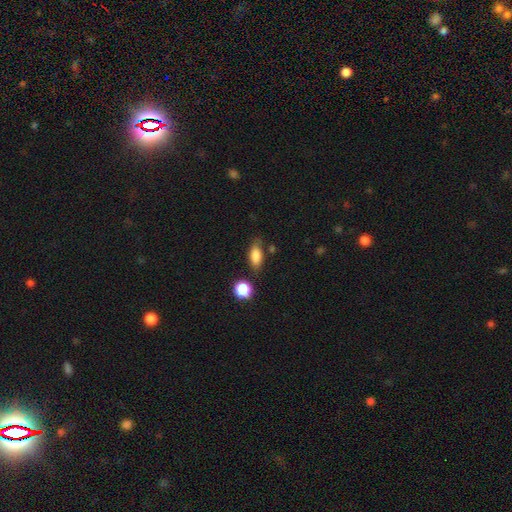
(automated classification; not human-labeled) A smooth galaxy with no disk features (83%) that is in between round and cigar-shaped (83%).

Vote fractions:
- Smooth or featured? smooth: 83% / star or artifact: 9% / featured or disk: 8%
- How rounded? in between: 83% / cigar-shaped: 9% / round: 8%
- Merging? none: 69% / minor disturbance: 21% / major disturbance: 5% / merger: 5%